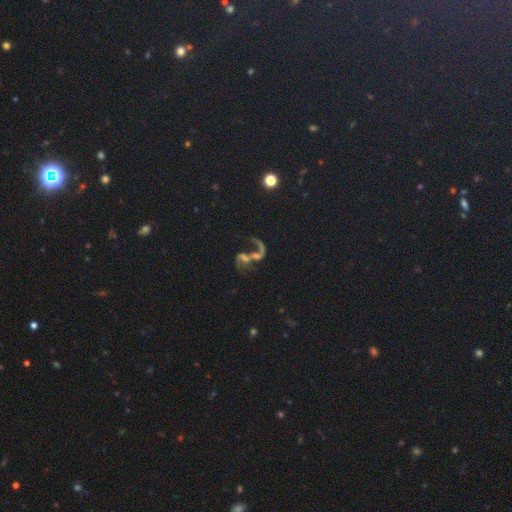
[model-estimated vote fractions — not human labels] smooth-or-featured: featured or disk: 59% | star or artifact: 22% | smooth: 19%
  disk-edge-on: no: 95% | yes: 5%
    bar: no: 59% | weak: 28% | strong: 13%
    has-spiral-arms: yes: 72% | no: 28%
    bulge-size: small: 35% | moderate: 32% | none: 20% | large: 9% | dominant: 4%
  merging: merger: 49% | none: 25% | major disturbance: 17% | minor disturbance: 9%